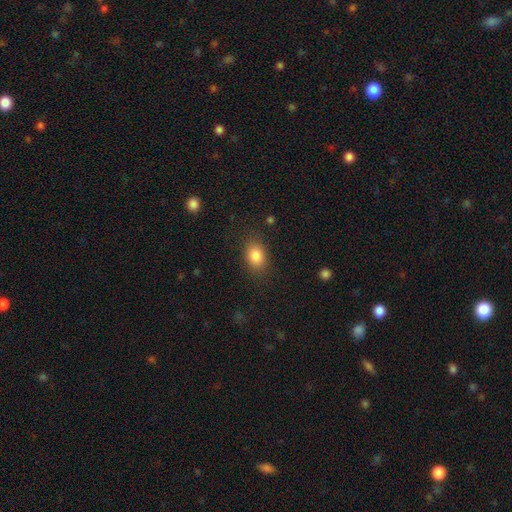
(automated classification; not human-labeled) The model was most divided on "how rounded": in between: 71%, round: 27%, cigar-shaped: 1%. More confident: smooth or featured — smooth (84%); merging — none (83%).